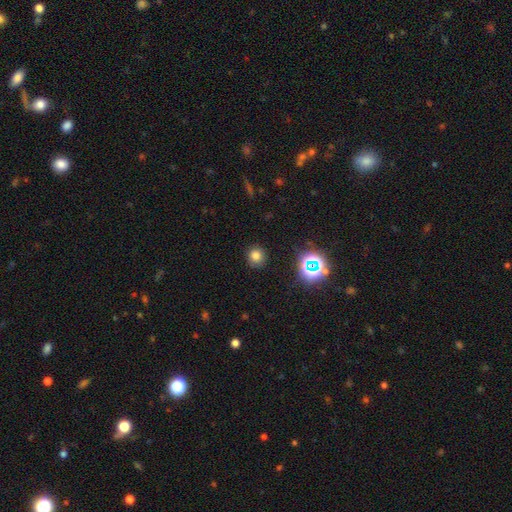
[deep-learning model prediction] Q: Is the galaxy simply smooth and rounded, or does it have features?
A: smooth — 75%.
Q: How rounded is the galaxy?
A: round — 87%.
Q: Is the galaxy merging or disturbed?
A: none — 87%.